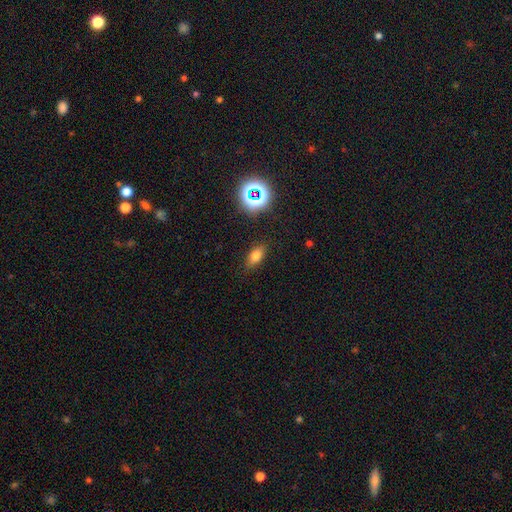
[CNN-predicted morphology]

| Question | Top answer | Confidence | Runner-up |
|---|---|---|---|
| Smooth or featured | smooth | 73% | star or artifact (17%) |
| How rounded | in between | 84% | round (10%) |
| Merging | none | 85% | minor disturbance (10%) |